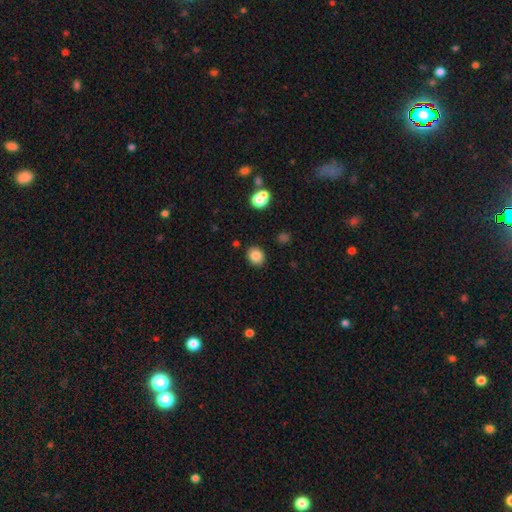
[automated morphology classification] type=smooth (84%); roundness=round (70%); merging=none (88%).